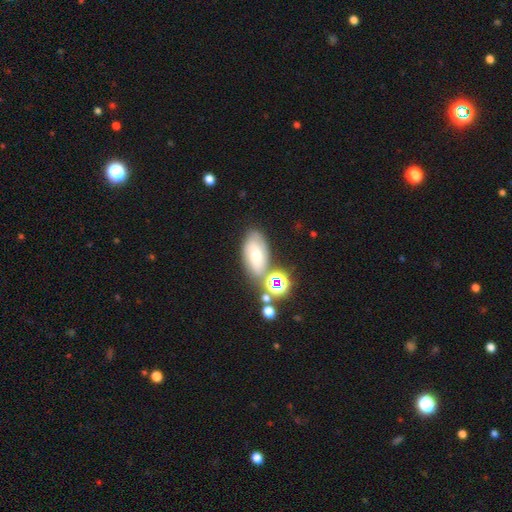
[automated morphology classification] This appears to be a featured or disk galaxy (41%). Merging: none (57%).